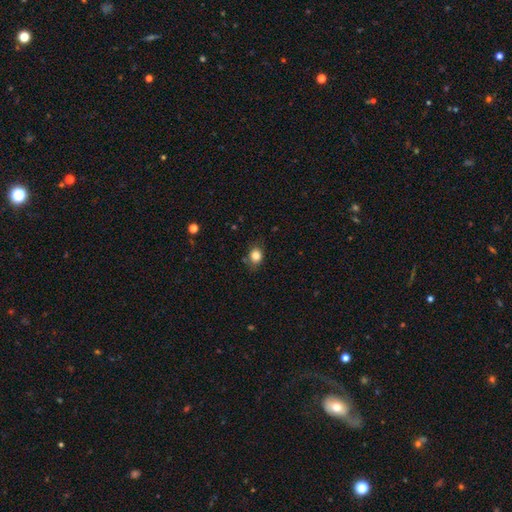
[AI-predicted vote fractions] Q: Smooth or featured?
A: smooth (83%); runner-up: star or artifact (10%)
Q: How rounded?
A: round (52%); runner-up: in between (47%)
Q: Merging?
A: none (78%); runner-up: minor disturbance (16%)